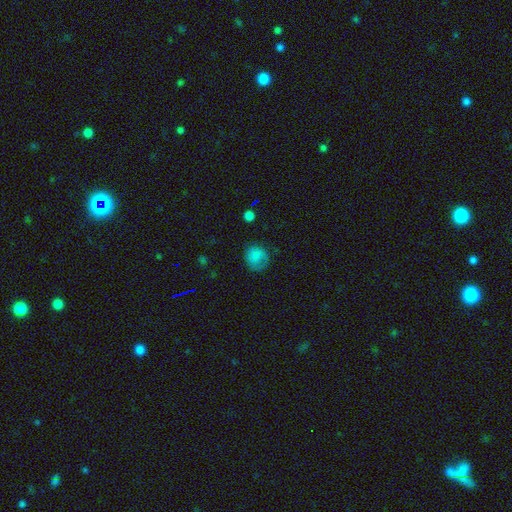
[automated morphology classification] Smooth or featured?
  - smooth: 78% *
  - featured or disk: 12%
  - star or artifact: 11%
How rounded?
  - round: 74% *
  - in between: 25%
  - cigar-shaped: 1%
Merging?
  - none: 60% *
  - minor disturbance: 26%
  - major disturbance: 12%
  - merger: 1%